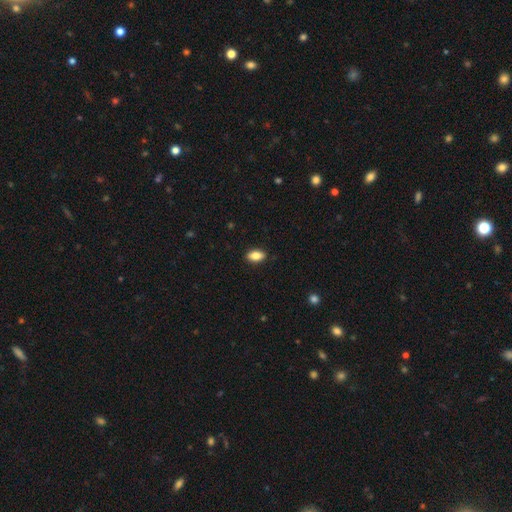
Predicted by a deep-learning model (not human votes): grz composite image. It shows a smooth galaxy with no disk features (84%) that is in between round and cigar-shaped (90%). Merging: none (88%).